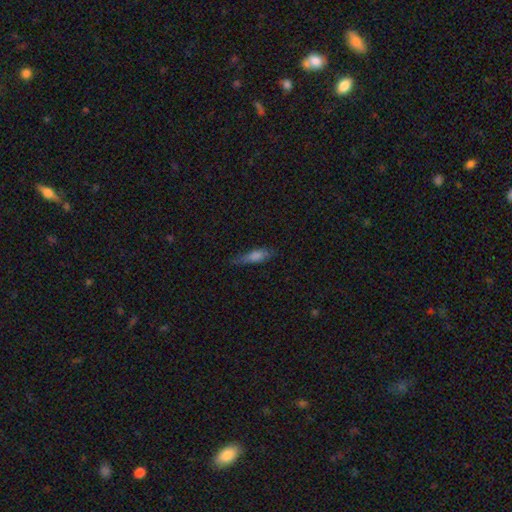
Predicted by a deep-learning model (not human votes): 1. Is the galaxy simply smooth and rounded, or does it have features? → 68% smooth, 22% featured or disk, 10% star or artifact.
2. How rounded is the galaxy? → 64% cigar-shaped, 33% in between, 3% round.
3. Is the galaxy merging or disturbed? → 63% none, 28% minor disturbance, 8% major disturbance, 2% merger.